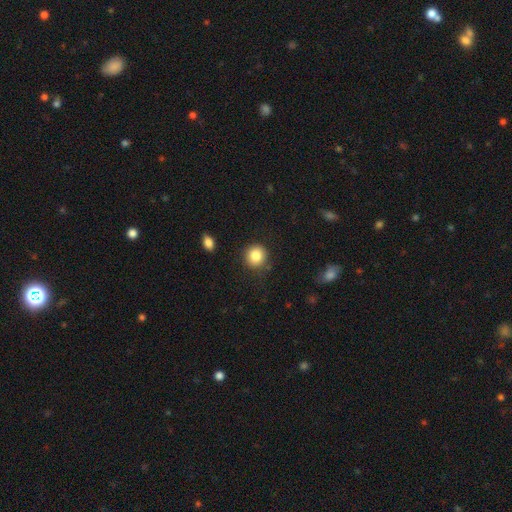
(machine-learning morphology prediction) Q: Smooth or featured?
A: smooth (85%); runner-up: star or artifact (9%)
Q: How rounded?
A: round (91%); runner-up: in between (8%)
Q: Merging?
A: none (86%); runner-up: minor disturbance (9%)